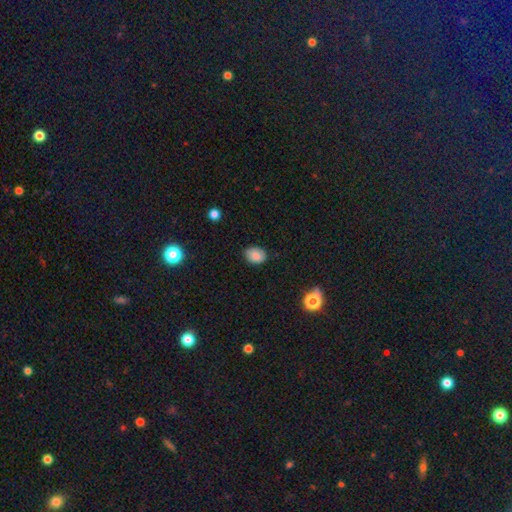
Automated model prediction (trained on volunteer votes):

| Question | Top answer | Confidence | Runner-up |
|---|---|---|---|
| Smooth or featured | smooth | 84% | star or artifact (10%) |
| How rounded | in between | 69% | round (30%) |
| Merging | none | 80% | minor disturbance (16%) |